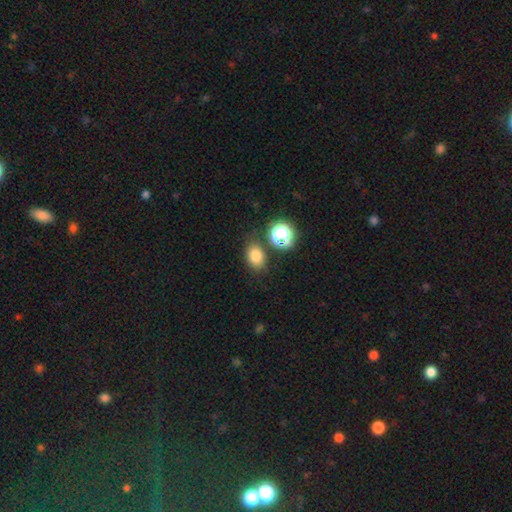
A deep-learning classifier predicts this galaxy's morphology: Smooth or featured: smooth — 77% (star or artifact — 16%)
How rounded: in between — 66% (round — 33%)
Merging: none — 77% (minor disturbance — 12%)